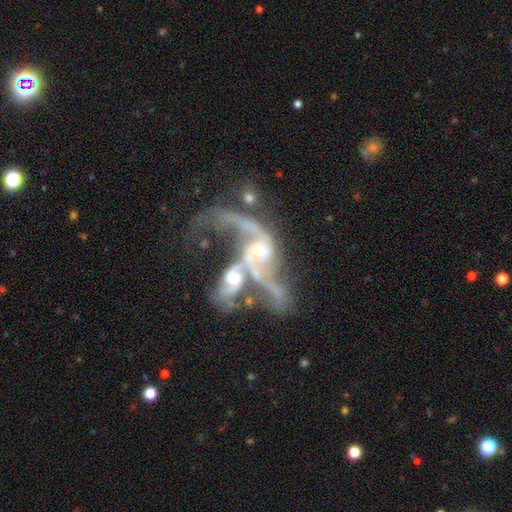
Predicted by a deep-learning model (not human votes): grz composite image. It shows a featured or disk galaxy (83%) with no bar (50%), 2 (67%) loose (79%) spiral arms (84%) and a small central bulge (39%). Merging: merger (62%).